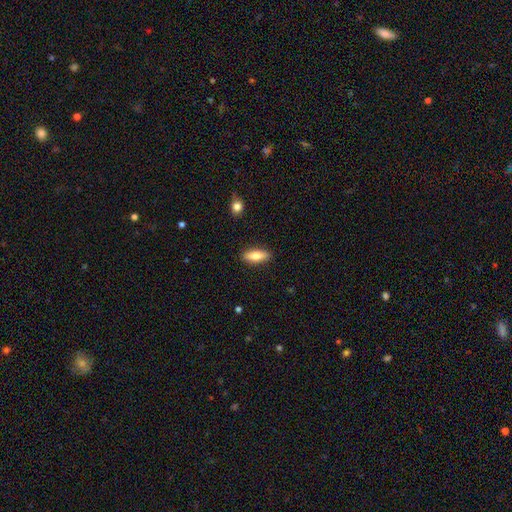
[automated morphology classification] This appears to be a smooth galaxy with no disk features (73%) that is in between round and cigar-shaped (61%). Merging: none (88%).